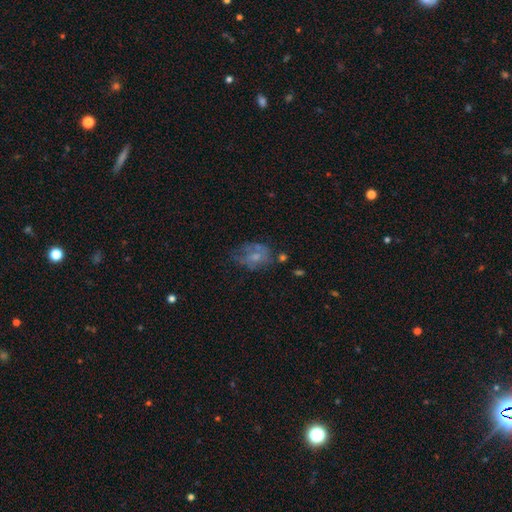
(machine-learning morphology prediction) A smooth galaxy with no disk features (45%). Merging: none (40%).